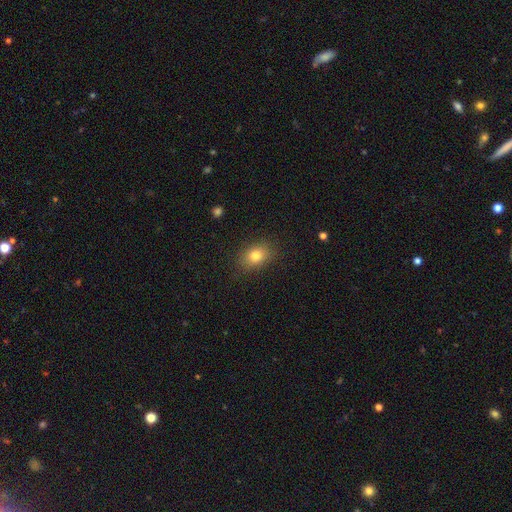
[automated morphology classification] smooth 79%, star or artifact 11%, featured or disk 10%. Down the decision tree: how rounded — in between (69%); merging — none (86%).